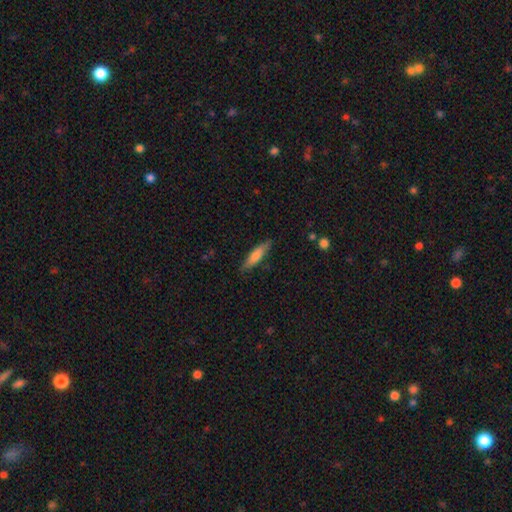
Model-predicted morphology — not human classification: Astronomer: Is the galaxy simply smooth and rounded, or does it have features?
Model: smooth — 70%.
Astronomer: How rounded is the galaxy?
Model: cigar-shaped — 81%.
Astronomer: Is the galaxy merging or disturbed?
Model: none — 86%.